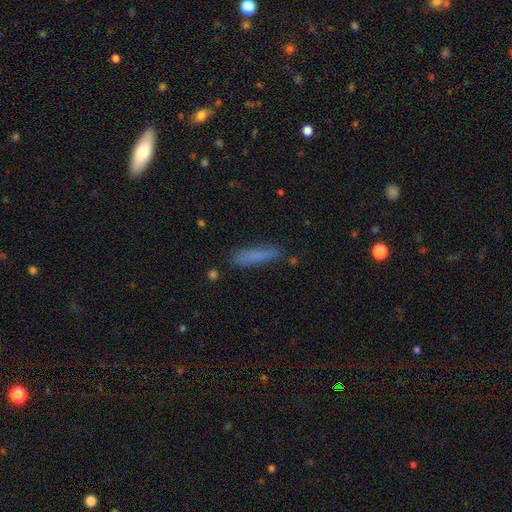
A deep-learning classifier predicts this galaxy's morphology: Smooth or featured?
  - smooth: 77% *
  - featured or disk: 15%
  - star or artifact: 8%
How rounded?
  - cigar-shaped: 88% *
  - in between: 11%
  - round: 1%
Merging?
  - none: 82% *
  - minor disturbance: 13%
  - major disturbance: 3%
  - merger: 2%